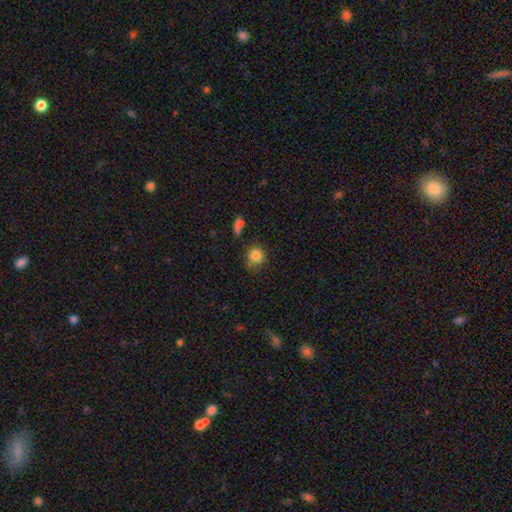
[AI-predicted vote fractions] Overall: smooth (83%). How rounded: round (87%). Merging: none (71%).